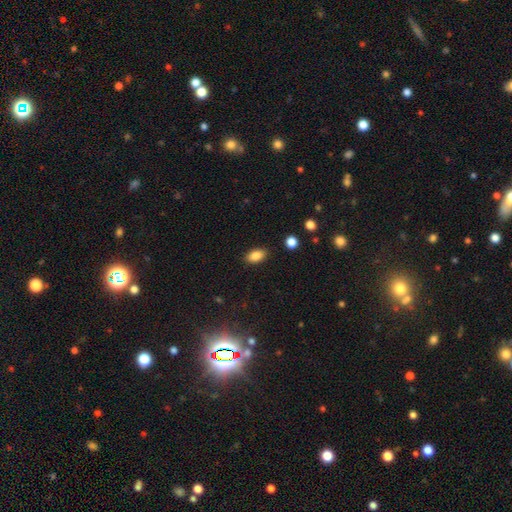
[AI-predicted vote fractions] Q: Smooth or featured?
A: smooth (86%); runner-up: star or artifact (9%)
Q: How rounded?
A: in between (89%); runner-up: round (7%)
Q: Merging?
A: none (87%); runner-up: minor disturbance (9%)